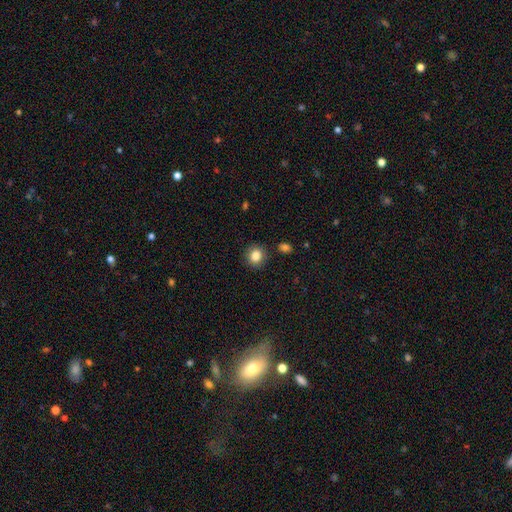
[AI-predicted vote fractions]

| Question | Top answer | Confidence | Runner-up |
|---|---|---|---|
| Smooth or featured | smooth | 85% | star or artifact (10%) |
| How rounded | round | 77% | in between (22%) |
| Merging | none | 87% | minor disturbance (9%) |